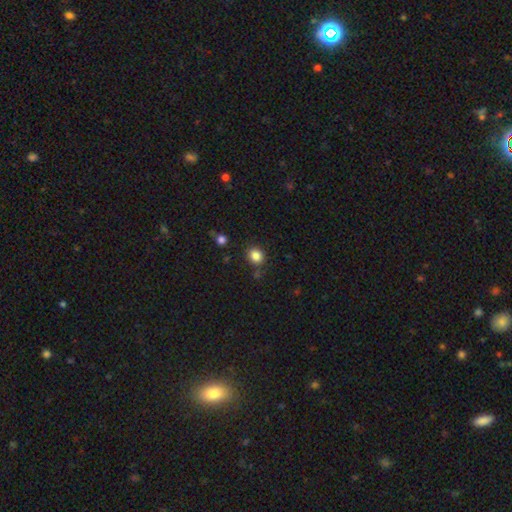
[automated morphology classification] smooth 85%, star or artifact 11%, featured or disk 4%. Down the decision tree: how rounded — round (71%); merging — none (82%).